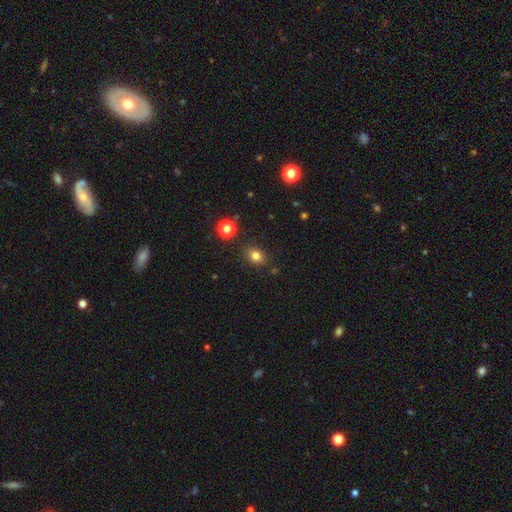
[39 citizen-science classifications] A smooth galaxy with no disk features (85%) that is round (61%).

Vote fractions:
- Smooth or featured? smooth: 85% / featured or disk: 8% / star or artifact: 8%
- How rounded? round: 61% / in between: 39% / cigar-shaped: 0%
- Merging? none: 86% / minor disturbance: 8% / merger: 6% / major disturbance: 0%